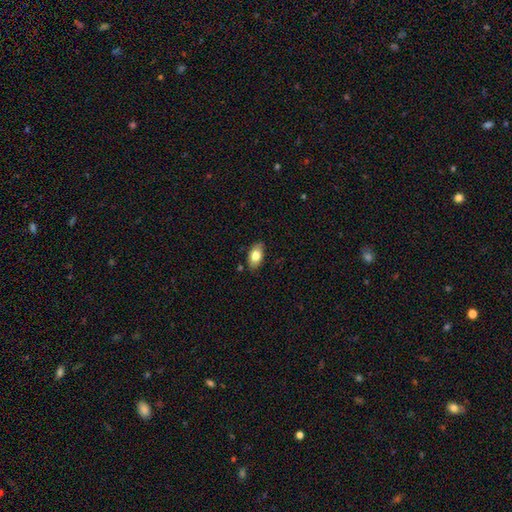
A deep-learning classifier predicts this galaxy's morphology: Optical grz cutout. It shows a smooth galaxy with no disk features (77%) that is in between round and cigar-shaped (91%). Merging: none (84%).